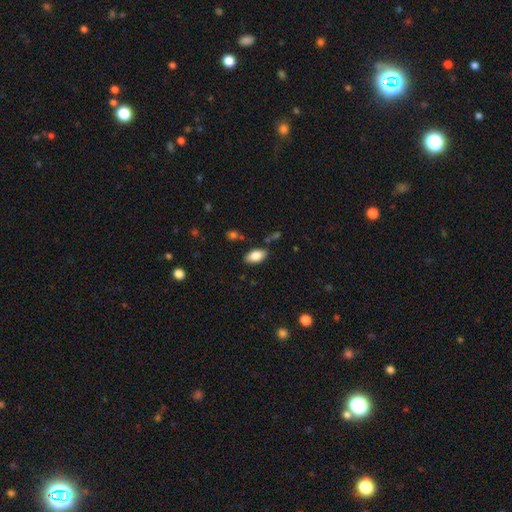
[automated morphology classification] smooth 82%, featured or disk 11%, star or artifact 7%. Down the decision tree: how rounded — in between (92%); merging — none (82%).